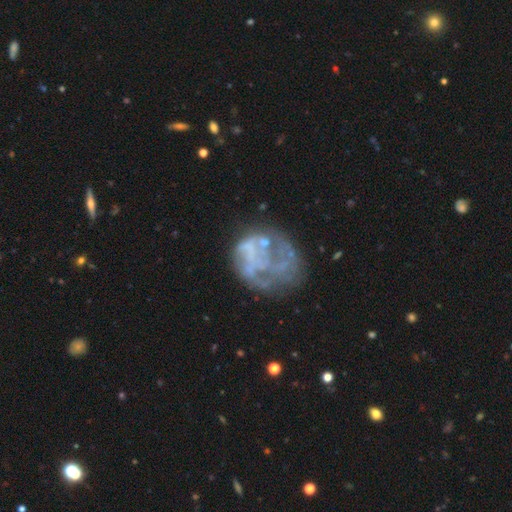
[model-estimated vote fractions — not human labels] Smooth or featured: featured or disk — 67% (smooth — 21%)
Edge-on disk: no — 98% (yes — 2%)
Bar: no — 88% (weak — 9%)
Spiral arms: no — 82% (yes — 18%)
Bulge size: none — 79% (small — 11%)
Merging: none — 44% (major disturbance — 31%)